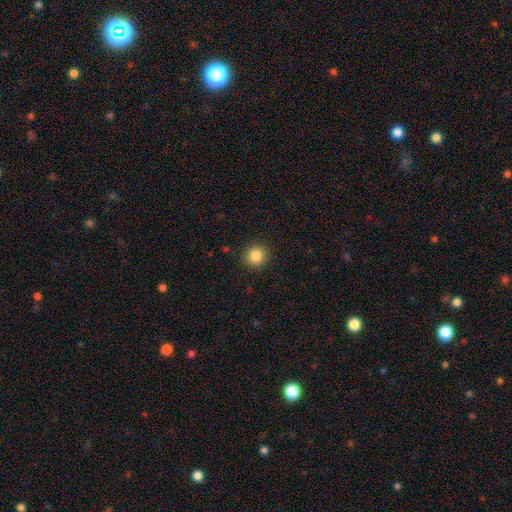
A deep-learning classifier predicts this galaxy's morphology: Q: Smooth or featured?
A: smooth (85%); runner-up: star or artifact (10%)
Q: How rounded?
A: round (91%); runner-up: in between (8%)
Q: Merging?
A: none (90%); runner-up: minor disturbance (6%)